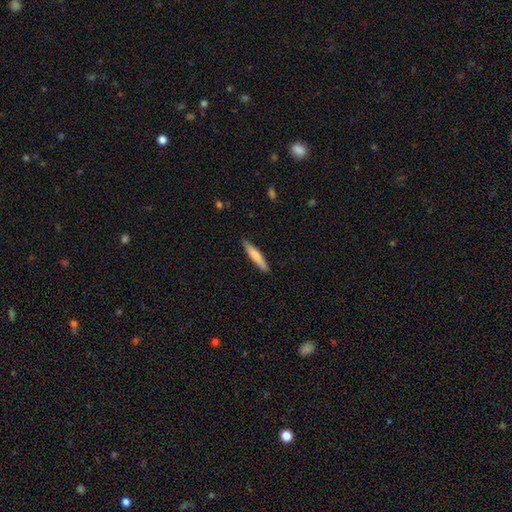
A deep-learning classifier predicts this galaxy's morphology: Smooth or featured: smooth — 70% (featured or disk — 25%)
How rounded: cigar-shaped — 90% (in between — 9%)
Merging: none — 89% (minor disturbance — 8%)